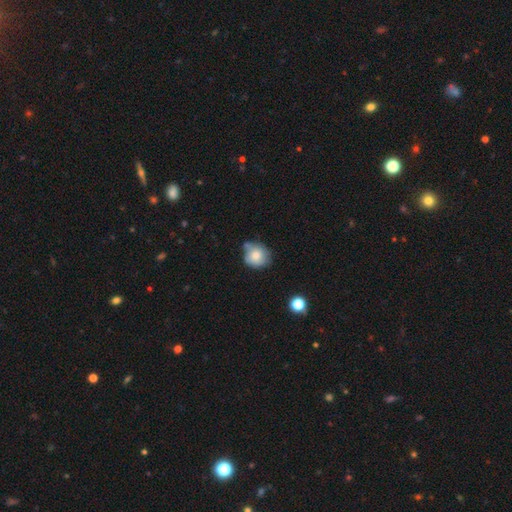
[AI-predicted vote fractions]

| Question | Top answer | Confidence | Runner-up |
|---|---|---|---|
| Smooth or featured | smooth | 76% | featured or disk (16%) |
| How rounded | round | 80% | in between (19%) |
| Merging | none | 54% | minor disturbance (29%) |